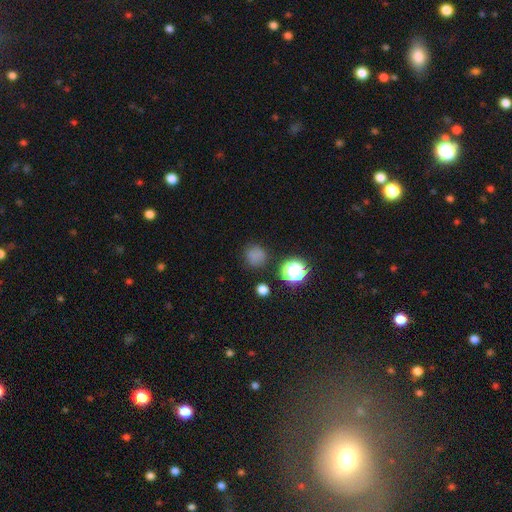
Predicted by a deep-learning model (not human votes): Smooth or featured? Predicted: smooth (p=0.73). How rounded? Predicted: round (p=0.90). Merging? Predicted: none (p=0.79).